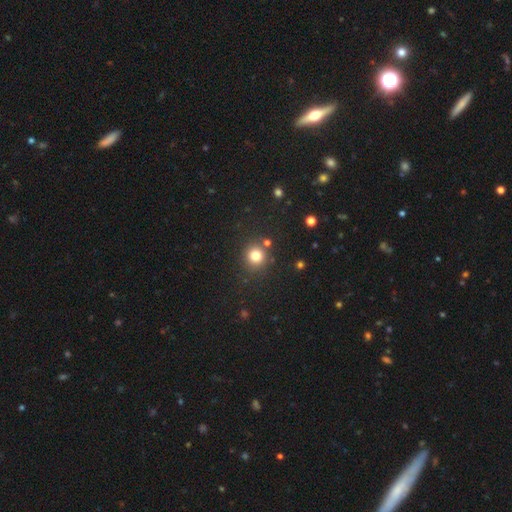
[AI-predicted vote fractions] smooth_or_featured: smooth (p=0.80) [alt: star or artifact p=0.14]
how_rounded: round (p=0.90) [alt: in between p=0.09]
merging: none (p=0.83) [alt: minor disturbance p=0.08]